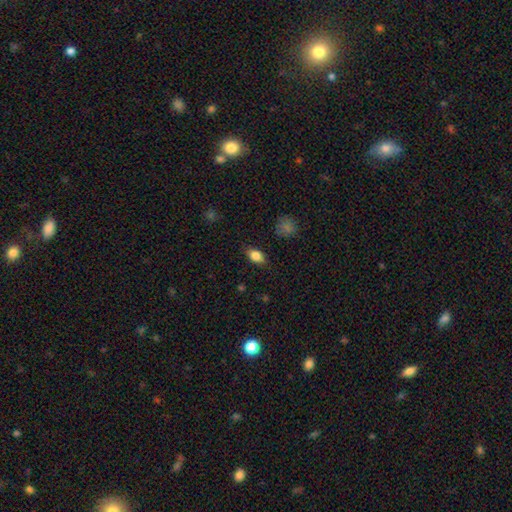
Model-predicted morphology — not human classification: smooth_or_featured: smooth (p=0.81) [alt: featured or disk p=0.10]
how_rounded: in between (p=0.85) [alt: round p=0.11]
merging: none (p=0.84) [alt: minor disturbance p=0.12]